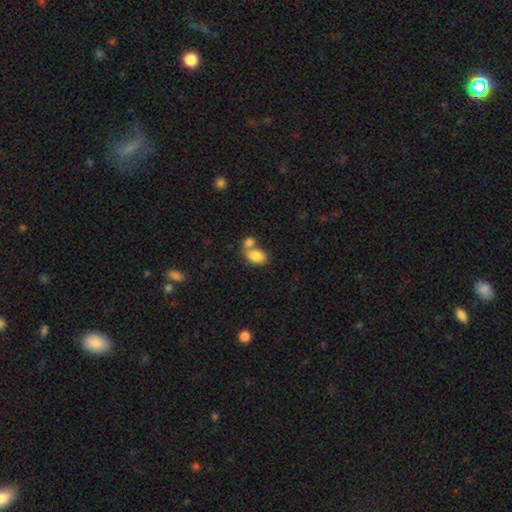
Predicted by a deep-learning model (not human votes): The model was most divided on "merging": merger: 52%, none: 35%, minor disturbance: 9%, major disturbance: 4%. More confident: smooth or featured — smooth (84%); how rounded — in between (82%).